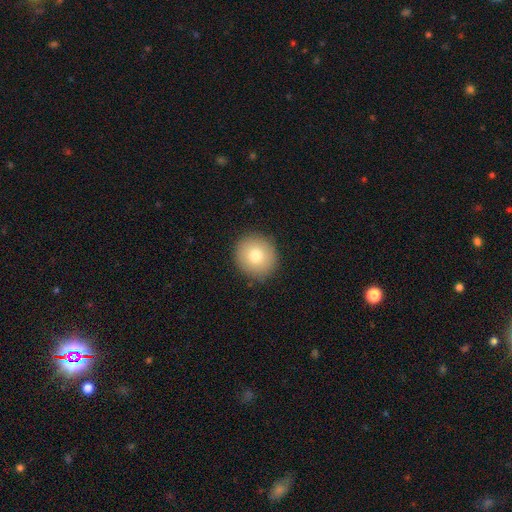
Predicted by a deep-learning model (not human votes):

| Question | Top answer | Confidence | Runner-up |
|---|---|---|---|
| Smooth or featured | smooth | 76% | featured or disk (14%) |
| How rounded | round | 92% | in between (7%) |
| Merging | none | 89% | minor disturbance (7%) |